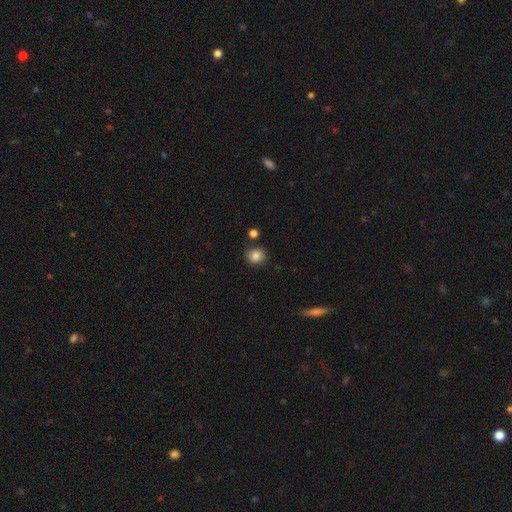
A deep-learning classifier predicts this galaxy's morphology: Smooth or featured: smooth — 85% (star or artifact — 10%)
How rounded: round — 81% (in between — 18%)
Merging: none — 84% (minor disturbance — 9%)